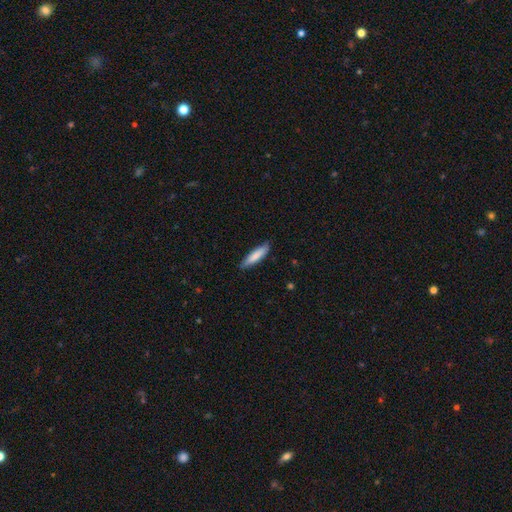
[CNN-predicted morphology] smooth-or-featured: smooth: 81% | featured or disk: 14% | star or artifact: 5%
  how-rounded: cigar-shaped: 77% | in between: 22% | round: 1%
  merging: none: 83% | minor disturbance: 14% | major disturbance: 2% | merger: 1%